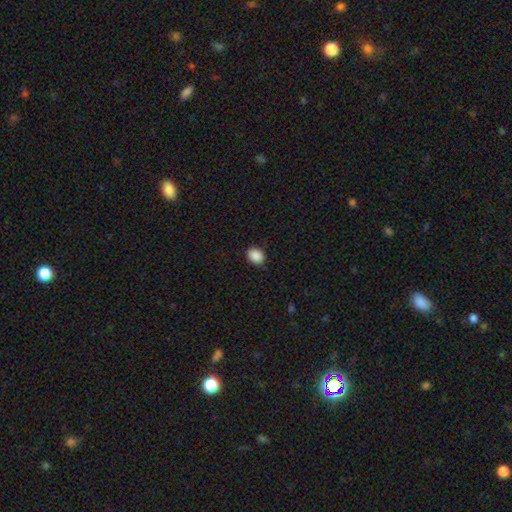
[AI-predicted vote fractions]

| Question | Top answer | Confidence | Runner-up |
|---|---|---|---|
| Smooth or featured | smooth | 89% | star or artifact (8%) |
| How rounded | in between | 54% | round (46%) |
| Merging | none | 88% | minor disturbance (9%) |